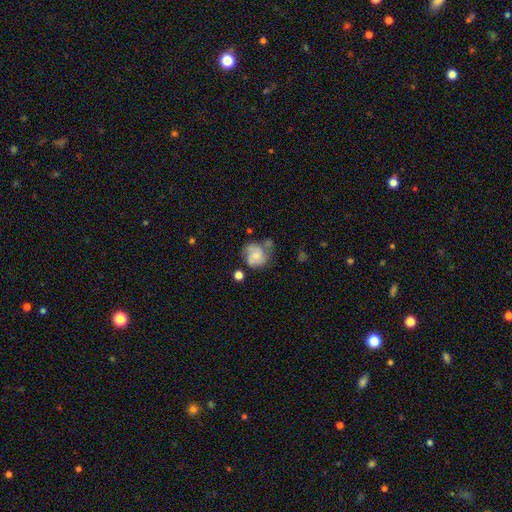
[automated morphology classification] smooth-or-featured: featured or disk: 55% | smooth: 37% | star or artifact: 8%
  disk-edge-on: no: 98% | yes: 2%
    bar: no: 70% | weak: 25% | strong: 4%
    has-spiral-arms: yes: 84% | no: 16%
    bulge-size: small: 55% | moderate: 31% | none: 11% | large: 3% | dominant: 1%
  merging: none: 46% | minor disturbance: 25% | major disturbance: 15% | merger: 13%